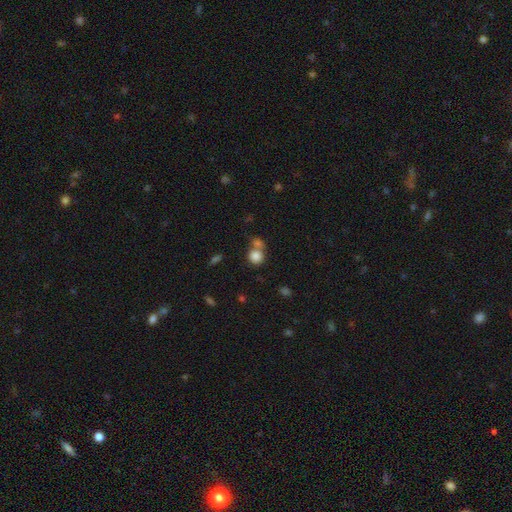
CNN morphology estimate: type=smooth (82%); roundness=round (83%); merging=none (48%).